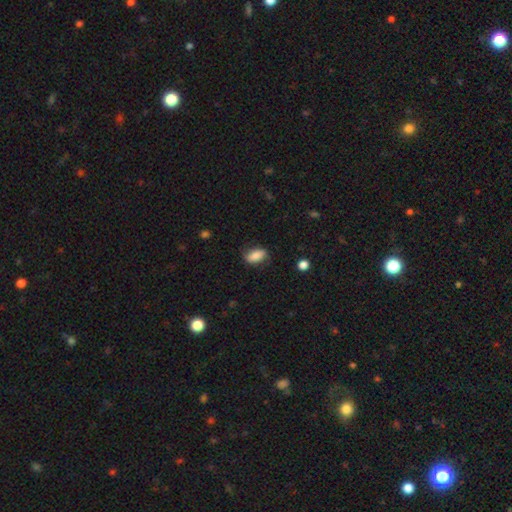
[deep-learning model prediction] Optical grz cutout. It shows a smooth galaxy with no disk features (78%) that is in between round and cigar-shaped (88%). Merging: none (74%).